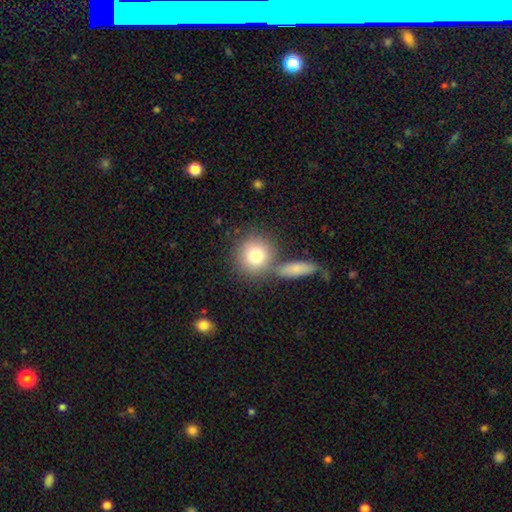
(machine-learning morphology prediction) This appears to be a smooth galaxy with no disk features (78%) that is round (88%). Merging: none (67%).